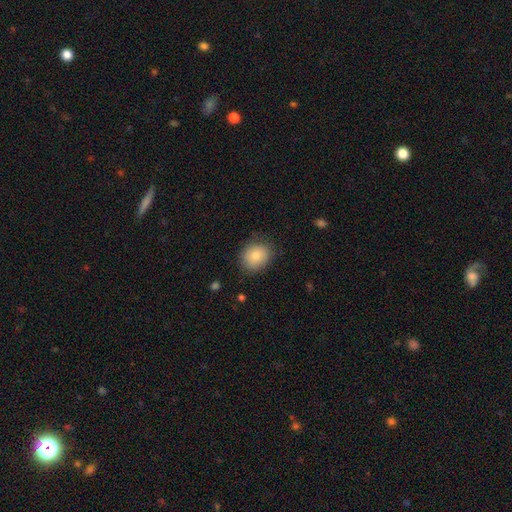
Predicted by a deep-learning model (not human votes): smooth 82%, featured or disk 10%, star or artifact 8%. Down the decision tree: how rounded — round (69%); merging — none (81%).